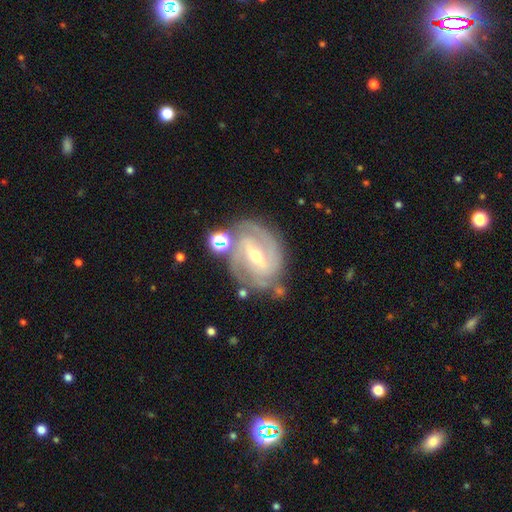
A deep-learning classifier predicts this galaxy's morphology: A featured or disk galaxy (89%) with a strong bar (52%), 2 (54%) tight (61%) spiral arms (96%) and a moderate central bulge (52%). Merging: none (71%).